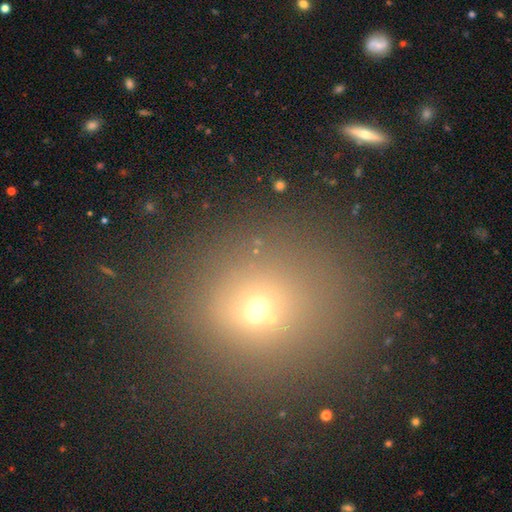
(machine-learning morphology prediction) This appears to be a smooth galaxy with no disk features (58%) that is round (88%). Merging: none (80%).